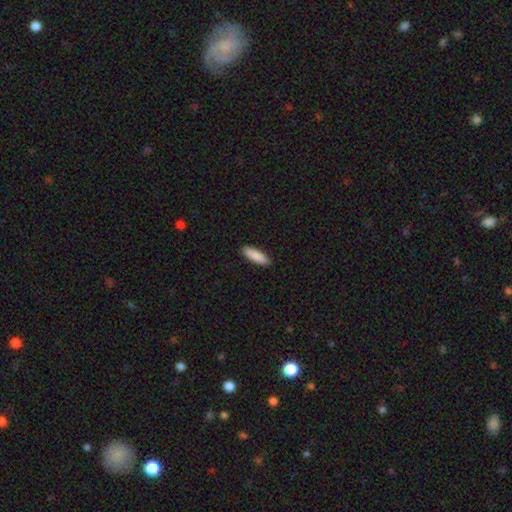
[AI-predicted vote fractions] smooth-or-featured: smooth: 88% | featured or disk: 6% | star or artifact: 6%
  how-rounded: cigar-shaped: 61% | in between: 38% | round: 2%
  merging: none: 91% | minor disturbance: 7% | major disturbance: 1% | merger: 1%